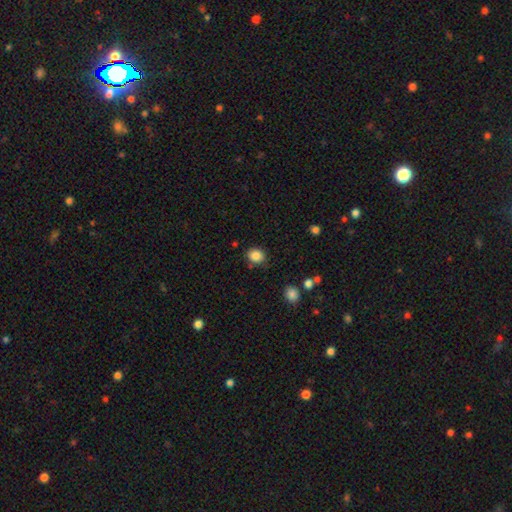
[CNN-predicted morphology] smooth-or-featured: smooth: 86% | star or artifact: 10% | featured or disk: 4%
  how-rounded: round: 69% | in between: 30% | cigar-shaped: 1%
  merging: none: 80% | minor disturbance: 13% | major disturbance: 3% | merger: 3%